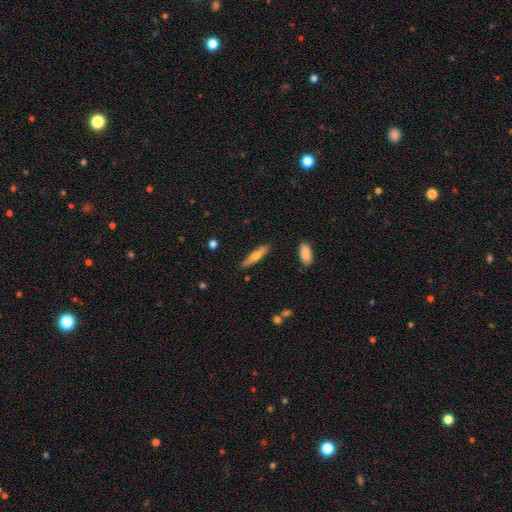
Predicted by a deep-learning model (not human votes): Q: Smooth or featured?
A: smooth (53%); runner-up: featured or disk (42%)
Q: How rounded?
A: cigar-shaped (82%); runner-up: in between (16%)
Q: Merging?
A: none (86%); runner-up: minor disturbance (11%)